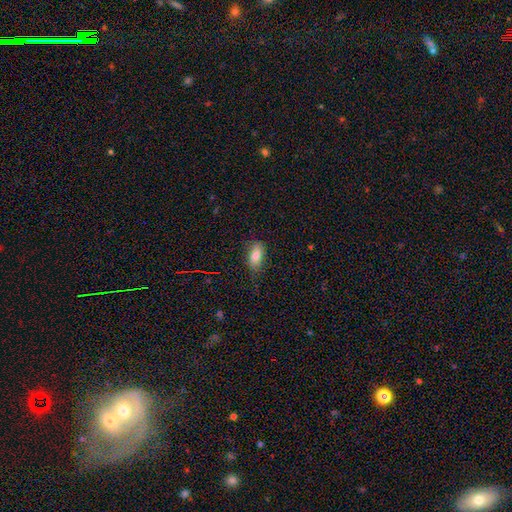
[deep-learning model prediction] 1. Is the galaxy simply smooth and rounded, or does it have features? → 81% smooth, 10% featured or disk, 8% star or artifact.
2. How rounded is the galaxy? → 86% in between, 10% cigar-shaped, 4% round.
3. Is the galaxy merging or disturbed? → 71% none, 22% minor disturbance, 6% major disturbance, 1% merger.